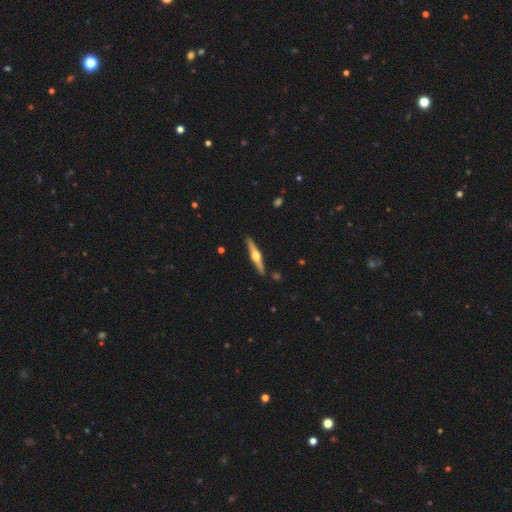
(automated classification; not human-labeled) The model was most divided on "smooth or featured": featured or disk: 75%, smooth: 20%, star or artifact: 5%. More confident: edge-on disk — yes (98%); edge-on bulge — rounded (96%); merging — none (91%).